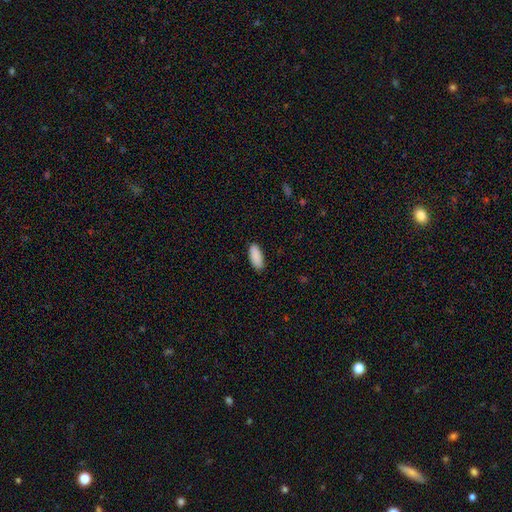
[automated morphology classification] Q: Smooth or featured?
A: smooth (91%); runner-up: star or artifact (6%)
Q: How rounded?
A: in between (85%); runner-up: cigar-shaped (13%)
Q: Merging?
A: none (89%); runner-up: minor disturbance (8%)